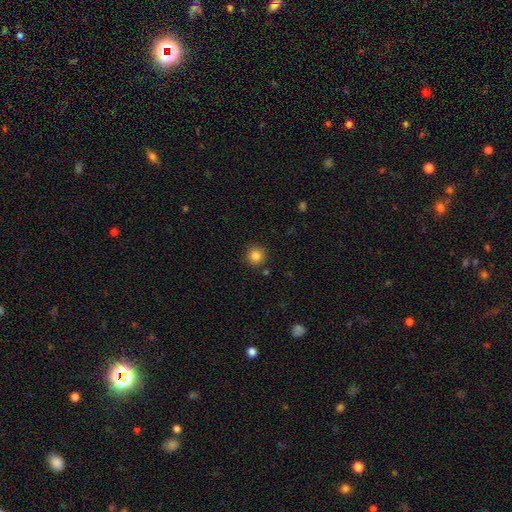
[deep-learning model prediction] Q: Smooth or featured?
A: smooth (84%); runner-up: star or artifact (11%)
Q: How rounded?
A: round (95%); runner-up: in between (4%)
Q: Merging?
A: none (89%); runner-up: minor disturbance (6%)